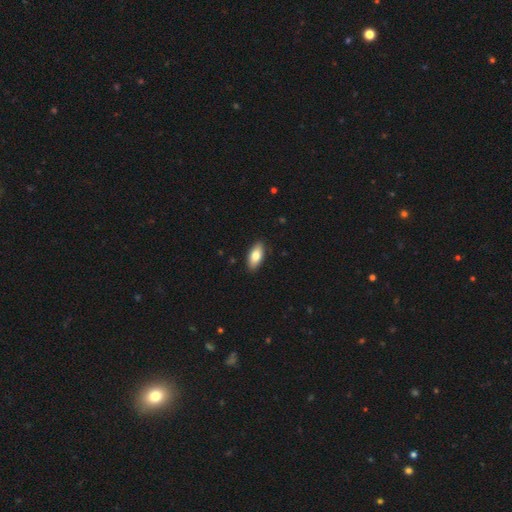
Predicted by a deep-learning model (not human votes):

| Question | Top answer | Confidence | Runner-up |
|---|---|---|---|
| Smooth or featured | smooth | 79% | featured or disk (15%) |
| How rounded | in between | 87% | cigar-shaped (10%) |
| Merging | none | 89% | minor disturbance (8%) |